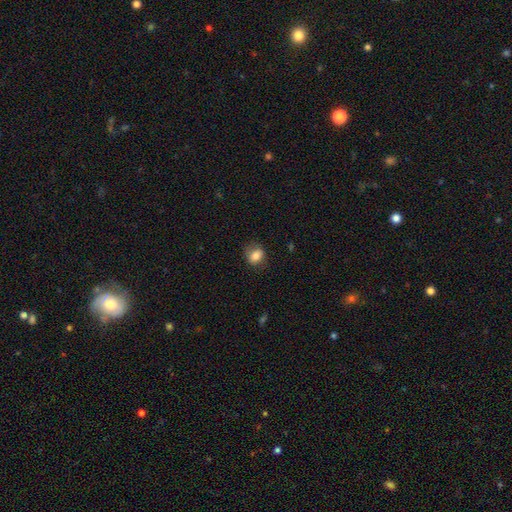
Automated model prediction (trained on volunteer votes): The model was most divided on "how rounded": in between: 53%, round: 45%, cigar-shaped: 1%. More confident: smooth or featured — smooth (80%); merging — none (70%).